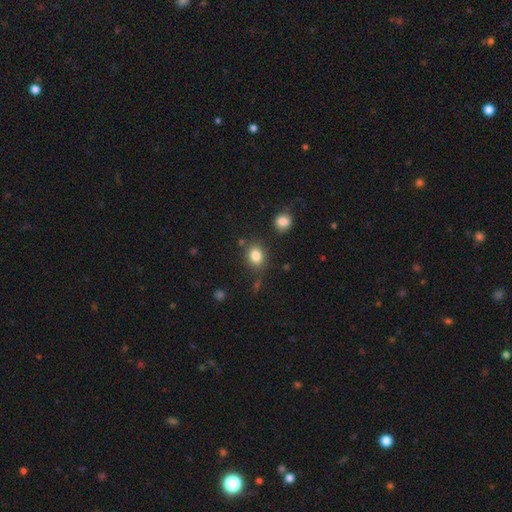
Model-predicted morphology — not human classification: Overall: smooth (83%). How rounded: round (51%; in between 48%). Merging: none (78%).